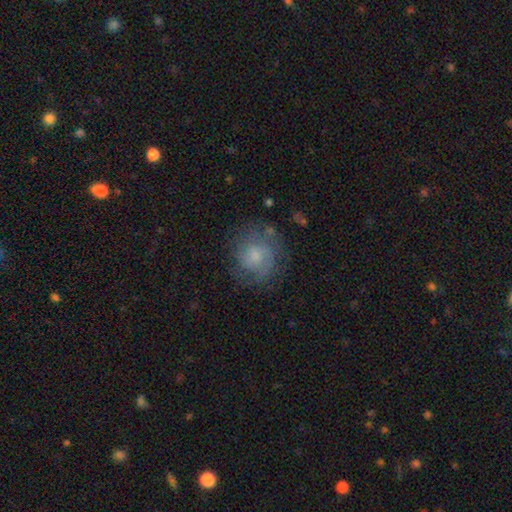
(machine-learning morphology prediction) A featured or disk galaxy (52%) with no bar (73%), spiral arms (80%) and a moderate central bulge (37%). Merging: none (68%).